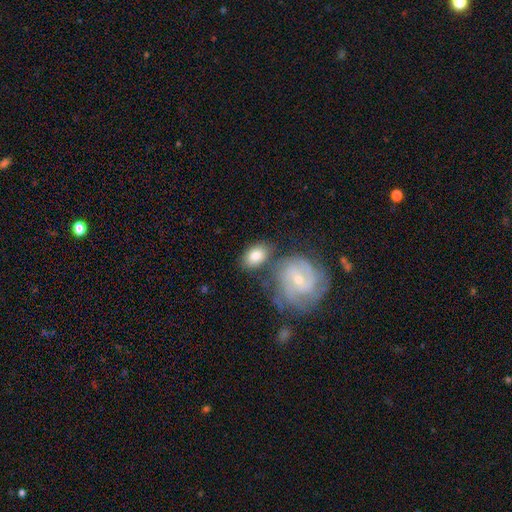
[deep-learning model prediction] Overall: smooth (67%; featured or disk 27%). How rounded: in between (81%). Merging: none (62%).